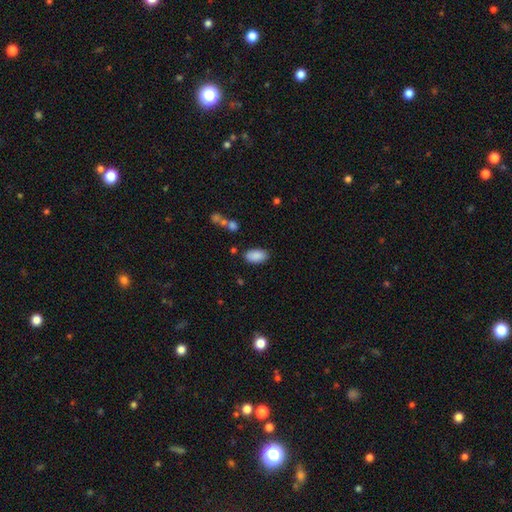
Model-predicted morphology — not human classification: smooth_or_featured: smooth (p=0.89) [alt: star or artifact p=0.07]
how_rounded: in between (p=0.94) [alt: round p=0.04]
merging: none (p=0.84) [alt: minor disturbance p=0.11]